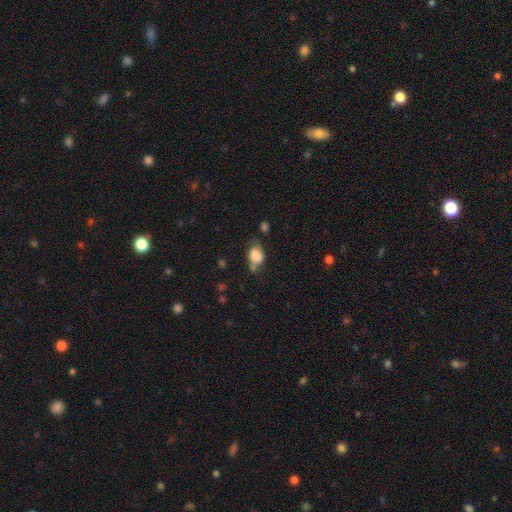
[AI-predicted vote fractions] Morphology: type=smooth (83%); roundness=in between (70%); merging=none (46%).